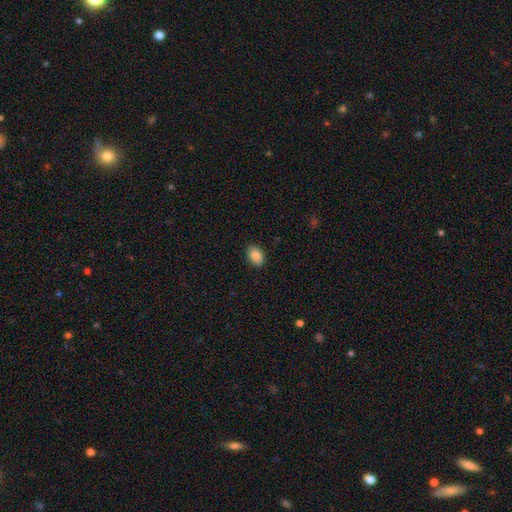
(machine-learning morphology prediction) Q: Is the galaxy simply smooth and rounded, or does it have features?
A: smooth — 83%.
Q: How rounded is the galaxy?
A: in between — 79%.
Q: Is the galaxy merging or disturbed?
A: none — 89%.